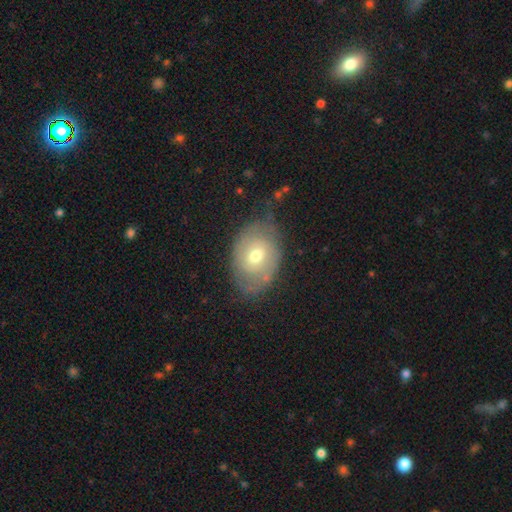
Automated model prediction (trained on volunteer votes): smooth-or-featured: featured or disk: 46% (tied) | smooth: 46% (tied) | star or artifact: 9%
  merging: none: 62% | minor disturbance: 27% | major disturbance: 9% | merger: 3%